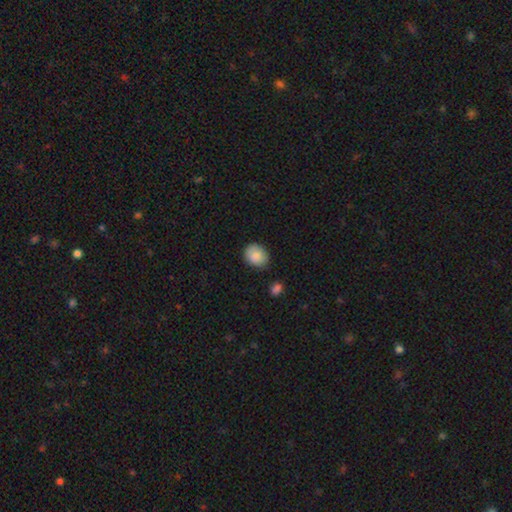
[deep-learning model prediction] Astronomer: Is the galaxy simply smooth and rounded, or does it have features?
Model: smooth — 87%.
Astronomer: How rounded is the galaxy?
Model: round — 54% (runner-up: in between, 45%).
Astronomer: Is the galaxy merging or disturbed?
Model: none — 81%.